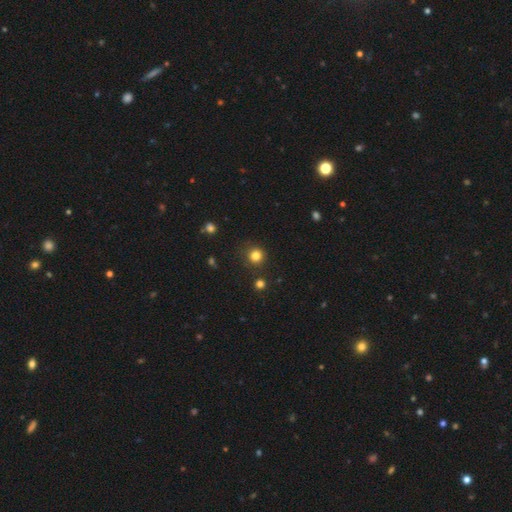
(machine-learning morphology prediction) smooth 81%, star or artifact 14%, featured or disk 5%. Down the decision tree: how rounded — round (93%); merging — none (87%).